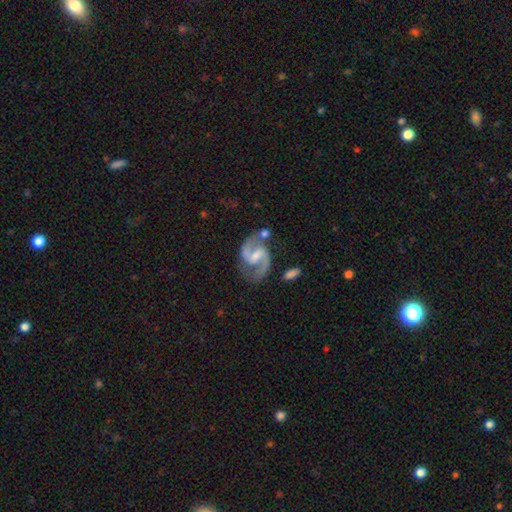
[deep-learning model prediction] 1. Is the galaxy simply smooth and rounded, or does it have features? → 91% featured or disk, 5% star or artifact, 5% smooth.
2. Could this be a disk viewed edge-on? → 98% no, 2% yes.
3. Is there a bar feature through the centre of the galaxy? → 52% weak, 29% strong, 19% no.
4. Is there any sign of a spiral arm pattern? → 98% yes, 2% no.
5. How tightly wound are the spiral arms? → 63% medium, 24% loose, 13% tight.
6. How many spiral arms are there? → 94% 2, 2% can't tell, 1% 1, 1% 3, 1% 4, 1% more than 4.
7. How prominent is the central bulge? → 48% small, 38% moderate, 10% none, 3% large, 1% dominant.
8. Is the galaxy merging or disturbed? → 71% none, 16% minor disturbance, 7% merger, 6% major disturbance.